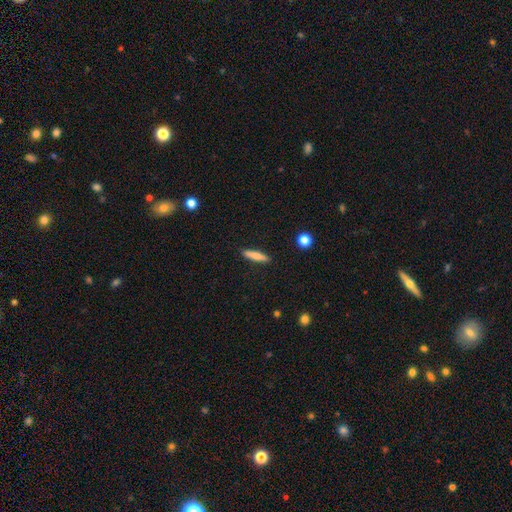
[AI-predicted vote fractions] Smooth or featured?
  - smooth: 72% *
  - featured or disk: 22%
  - star or artifact: 6%
How rounded?
  - cigar-shaped: 85% *
  - in between: 13%
  - round: 2%
Merging?
  - none: 90% *
  - minor disturbance: 7%
  - major disturbance: 2%
  - merger: 1%